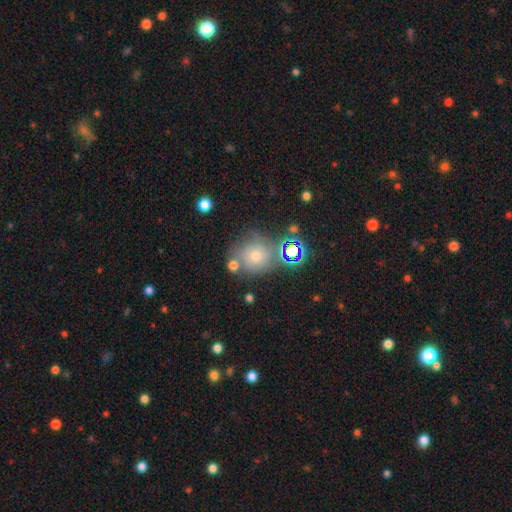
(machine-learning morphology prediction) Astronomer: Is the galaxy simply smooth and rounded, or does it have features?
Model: smooth — 58%.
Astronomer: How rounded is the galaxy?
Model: round — 82%.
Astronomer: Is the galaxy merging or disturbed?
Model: none — 58%.